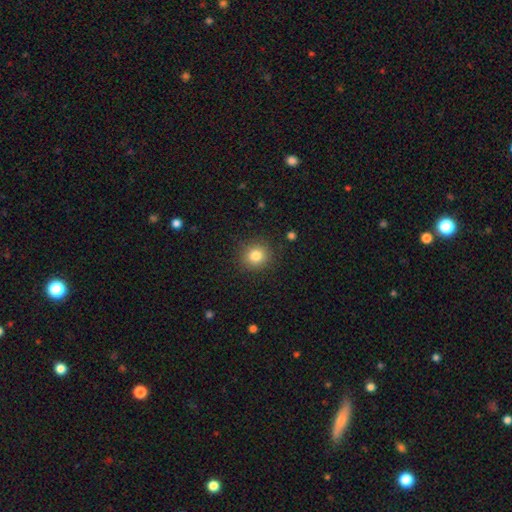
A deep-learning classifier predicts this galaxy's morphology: Smooth or featured? Predicted: smooth (p=0.82). How rounded? Predicted: round (p=0.89). Merging? Predicted: none (p=0.89).